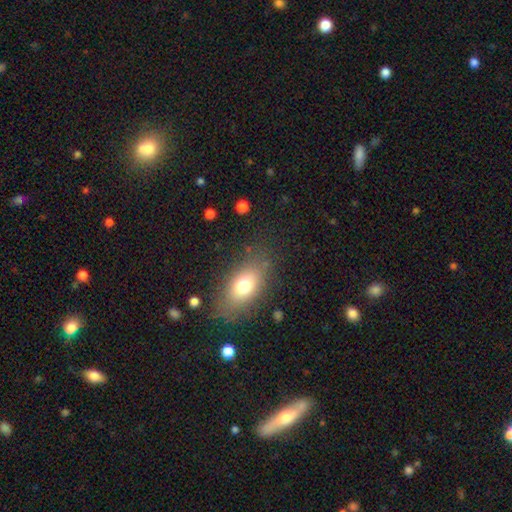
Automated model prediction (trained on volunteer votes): Smooth or featured? smooth (68%)
How rounded? in between (83%)
Merging? none (81%)